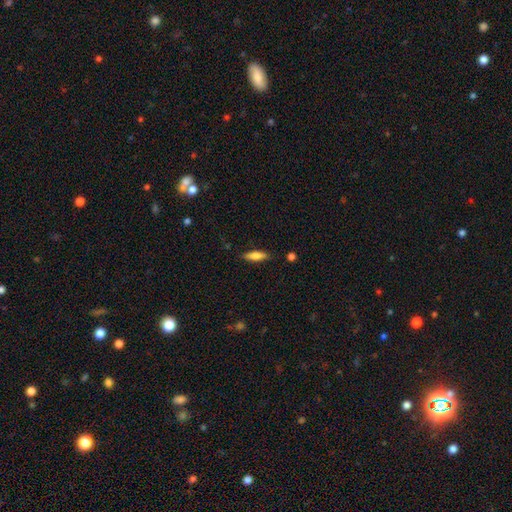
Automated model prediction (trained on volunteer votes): A smooth galaxy with no disk features (72%) that is cigar-shaped (54%). Merging: none (85%).